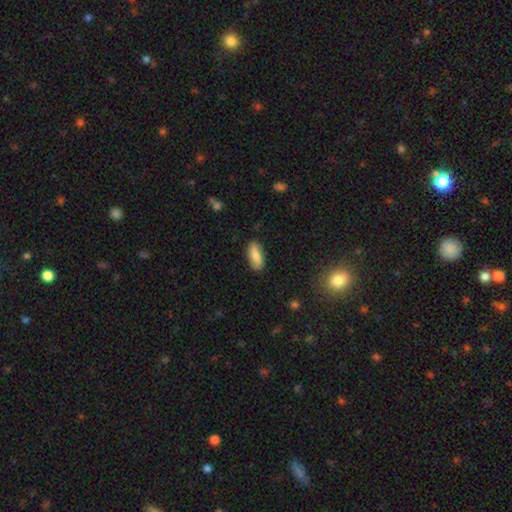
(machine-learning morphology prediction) Q: Smooth or featured?
A: smooth (80%); runner-up: featured or disk (13%)
Q: How rounded?
A: in between (82%); runner-up: cigar-shaped (16%)
Q: Merging?
A: none (85%); runner-up: minor disturbance (11%)